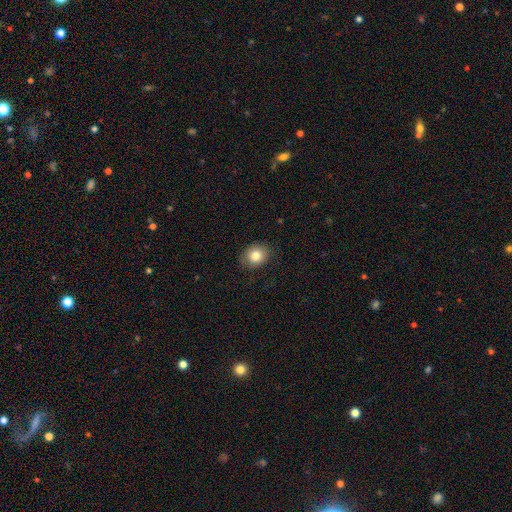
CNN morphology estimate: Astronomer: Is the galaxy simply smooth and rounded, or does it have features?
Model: smooth — 82%.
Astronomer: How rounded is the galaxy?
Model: round — 55% (runner-up: in between, 45%).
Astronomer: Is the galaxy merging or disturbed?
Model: none — 83%.